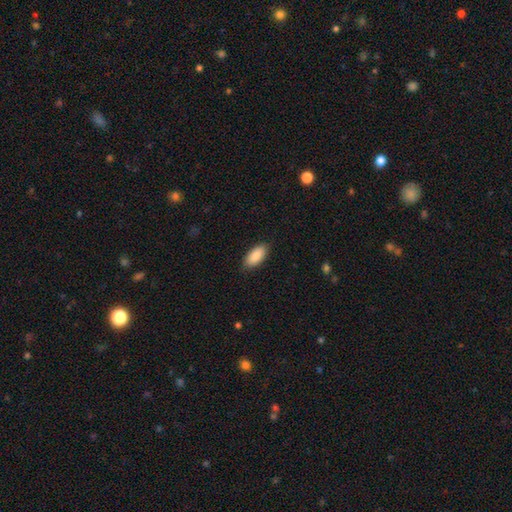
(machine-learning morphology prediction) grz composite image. It shows a smooth galaxy with no disk features (88%) that is in between round and cigar-shaped (90%). Merging: none (87%).